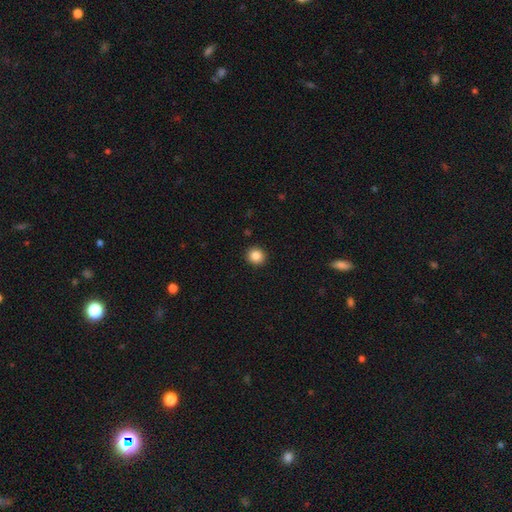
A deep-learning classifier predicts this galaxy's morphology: Smooth or featured? smooth (85%)
How rounded? round (92%)
Merging? none (93%)